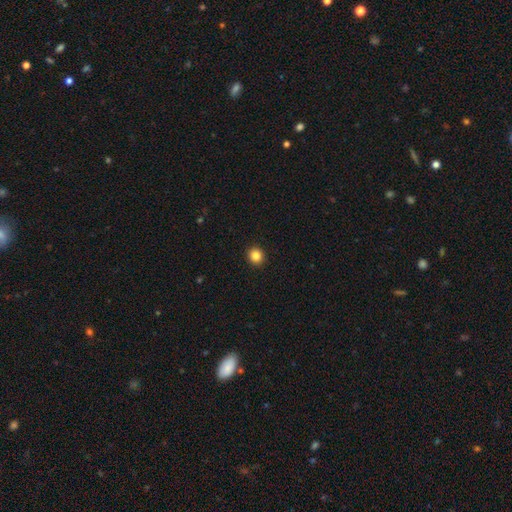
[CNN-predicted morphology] The model was most divided on "smooth or featured": smooth: 85%, star or artifact: 11%, featured or disk: 4%. More confident: merging — none (93%); how rounded — round (89%).